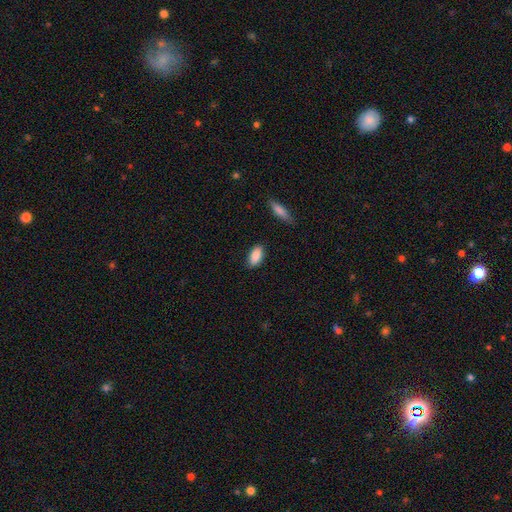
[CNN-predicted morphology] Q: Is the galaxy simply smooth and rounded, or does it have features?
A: smooth — 89%.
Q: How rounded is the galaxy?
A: in between — 90%.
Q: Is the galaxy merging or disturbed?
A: none — 84%.